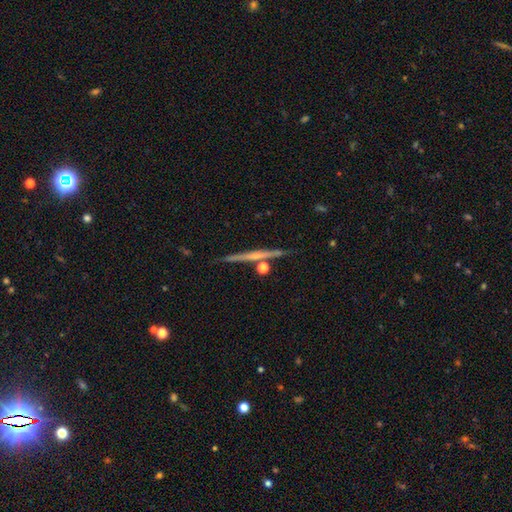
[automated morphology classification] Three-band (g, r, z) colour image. It shows a featured or disk galaxy (67%) viewed edge-on (97%) with no central bulge (60%). Merging: none (84%).